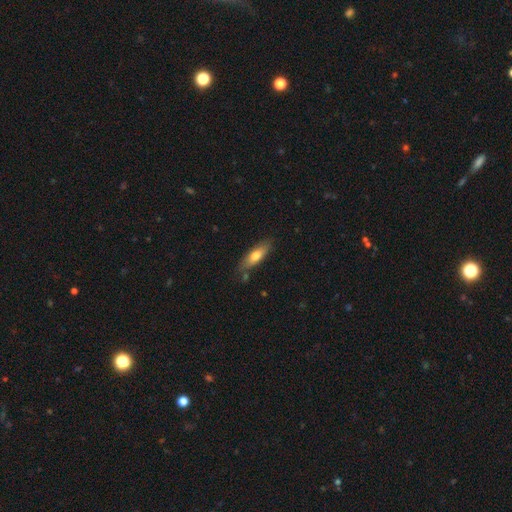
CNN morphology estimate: Smooth or featured: smooth — 69% (featured or disk — 25%)
How rounded: cigar-shaped — 49% (tied with in between — 49%)
Merging: none — 79% (minor disturbance — 15%)